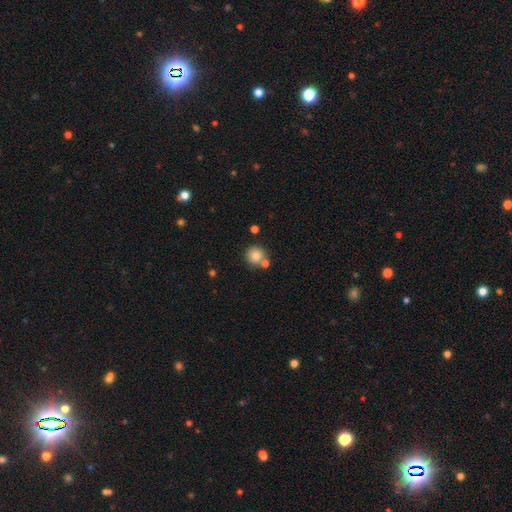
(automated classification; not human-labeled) Morphology: type=smooth (82%); roundness=round (93%); merging=none (69%).